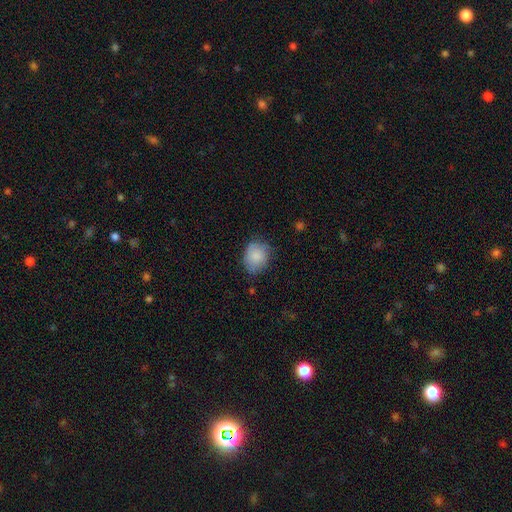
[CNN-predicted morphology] smooth 83%, featured or disk 10%, star or artifact 7%. Down the decision tree: how rounded — round (60%); merging — none (66%).